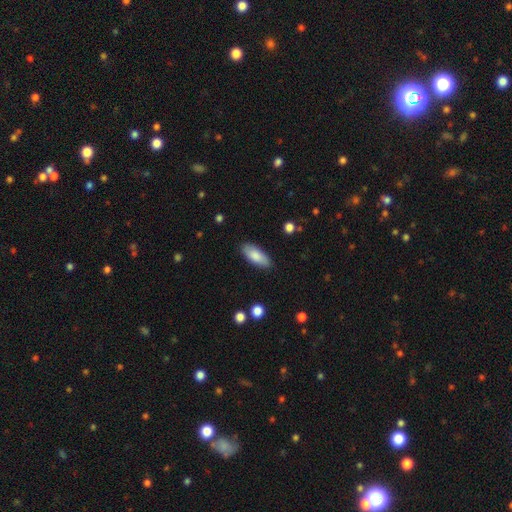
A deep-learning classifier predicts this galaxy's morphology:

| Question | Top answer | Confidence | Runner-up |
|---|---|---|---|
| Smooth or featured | smooth | 84% | featured or disk (10%) |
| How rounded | in between | 81% | cigar-shaped (17%) |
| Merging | none | 86% | minor disturbance (11%) |